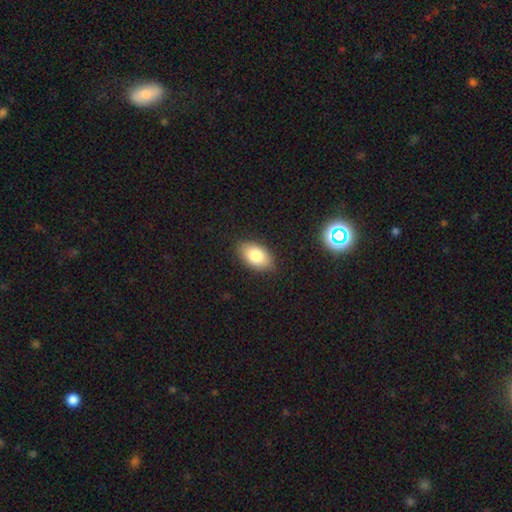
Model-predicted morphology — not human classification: This appears to be a smooth galaxy with no disk features (81%) that is in between round and cigar-shaped (92%). Merging: none (86%).